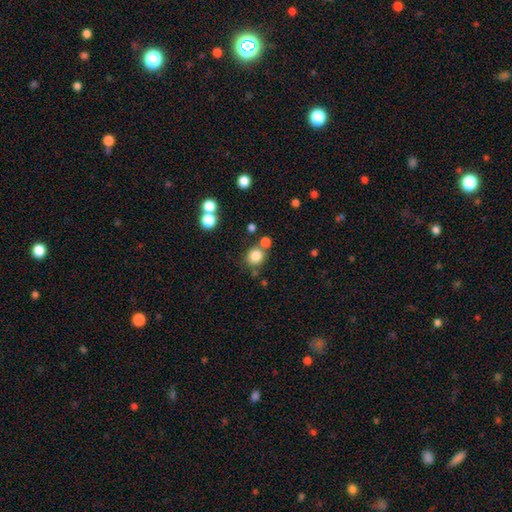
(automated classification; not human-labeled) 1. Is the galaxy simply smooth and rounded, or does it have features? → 82% smooth, 12% star or artifact, 6% featured or disk.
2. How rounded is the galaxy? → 85% round, 14% in between, 1% cigar-shaped.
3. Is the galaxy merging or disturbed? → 71% none, 15% merger, 10% minor disturbance, 4% major disturbance.